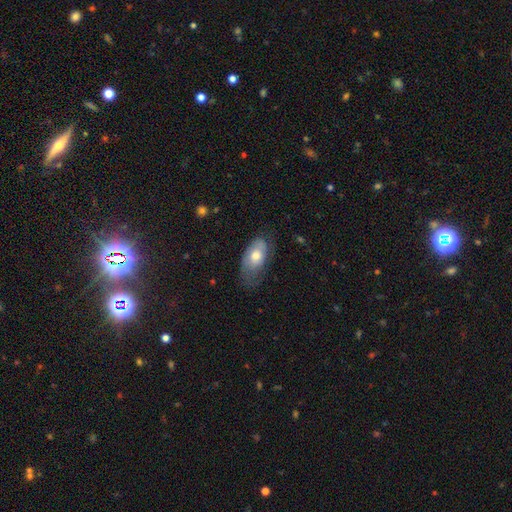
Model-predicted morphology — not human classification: Overall: smooth (62%; featured or disk 31%). How rounded: in between (92%). Merging: none (47%; minor disturbance 34%).